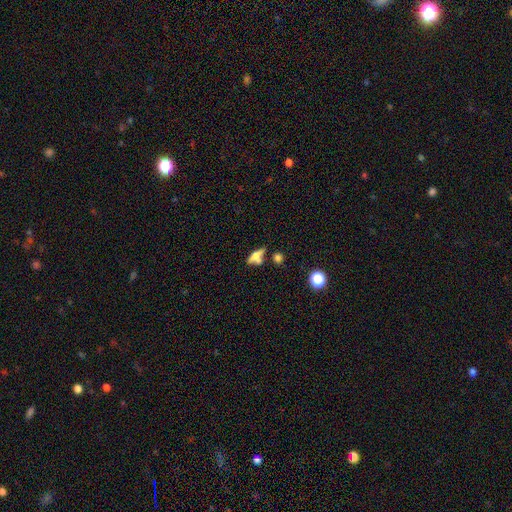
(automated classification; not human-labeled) The model was most divided on "smooth or featured": smooth: 49%, featured or disk: 40%, star or artifact: 10%. Remaining: merging — none (48%).